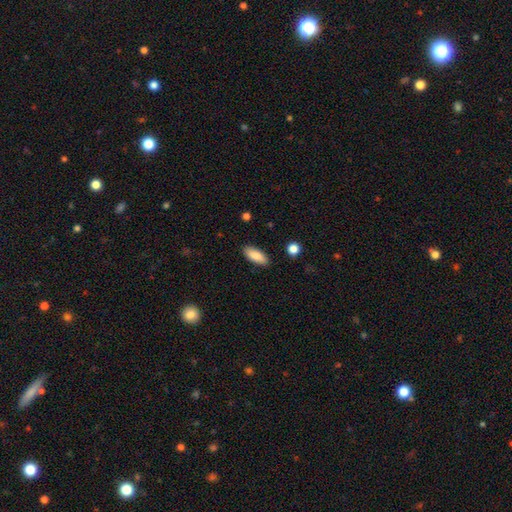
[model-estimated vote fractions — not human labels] smooth 87%, featured or disk 7%, star or artifact 6%. Down the decision tree: how rounded — in between (81%); merging — none (88%).